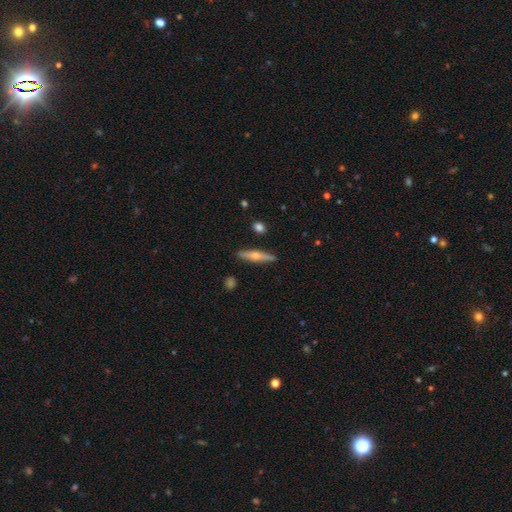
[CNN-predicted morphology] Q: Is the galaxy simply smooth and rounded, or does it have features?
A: featured or disk — 50%.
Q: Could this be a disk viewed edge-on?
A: yes — 94%.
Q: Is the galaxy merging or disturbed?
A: none — 87%.